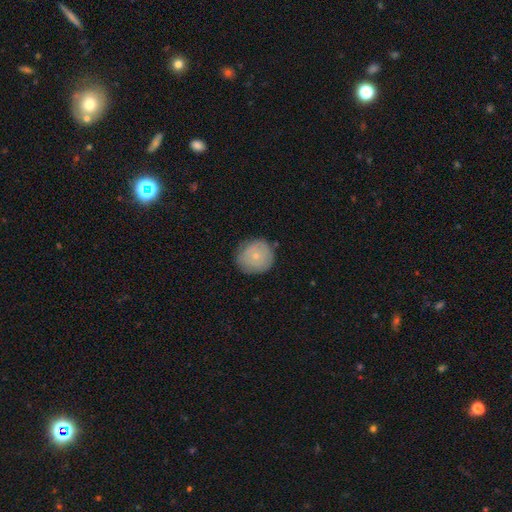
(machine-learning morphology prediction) Smooth or featured? smooth (70%)
How rounded? round (90%)
Merging? none (77%)